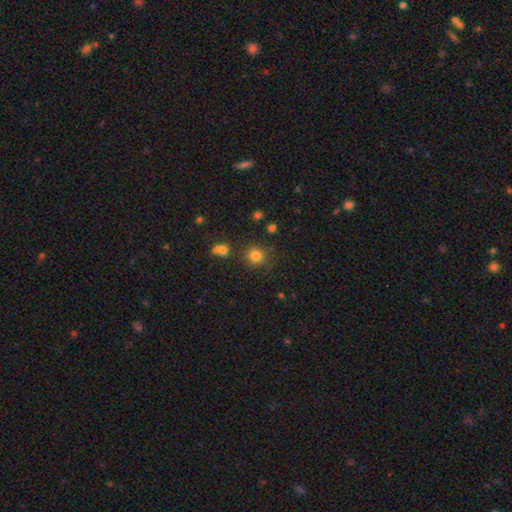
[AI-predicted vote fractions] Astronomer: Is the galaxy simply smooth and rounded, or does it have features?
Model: smooth — 79%.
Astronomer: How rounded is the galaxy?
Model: round — 91%.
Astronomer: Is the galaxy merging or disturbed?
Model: none — 80%.